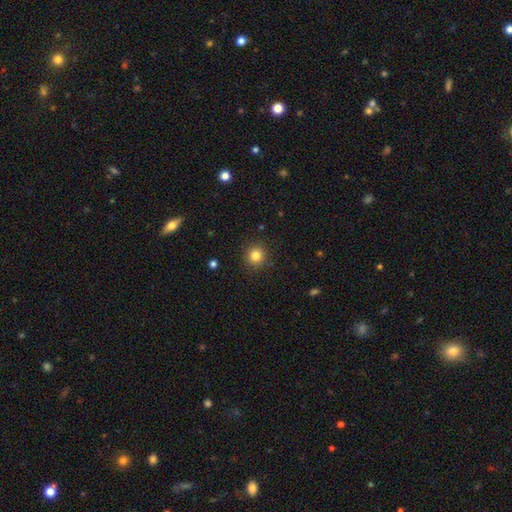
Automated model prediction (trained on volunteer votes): Smooth or featured? Predicted: smooth (p=0.82). How rounded? Predicted: round (p=0.92). Merging? Predicted: none (p=0.90).